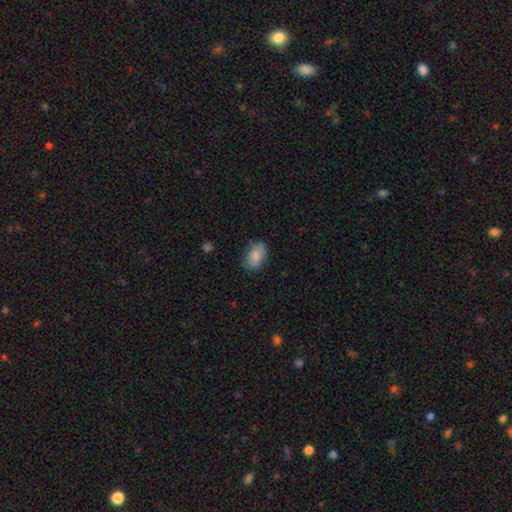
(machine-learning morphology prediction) Smooth or featured?
  - smooth: 84% *
  - featured or disk: 9%
  - star or artifact: 7%
How rounded?
  - in between: 88% *
  - round: 10%
  - cigar-shaped: 2%
Merging?
  - none: 75% *
  - minor disturbance: 19%
  - major disturbance: 4%
  - merger: 1%